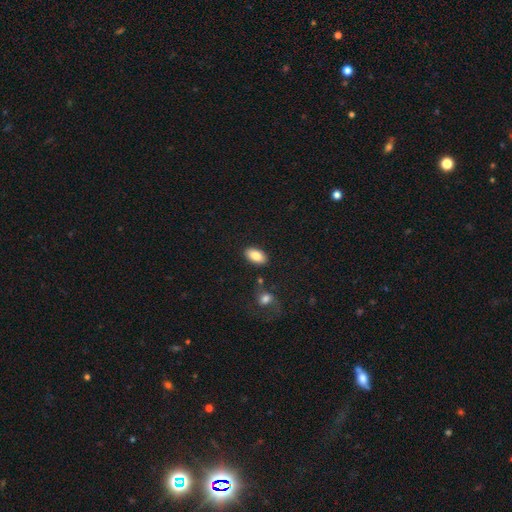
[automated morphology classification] This appears to be a smooth galaxy with no disk features (83%) that is in between round and cigar-shaped (93%). Merging: none (85%).